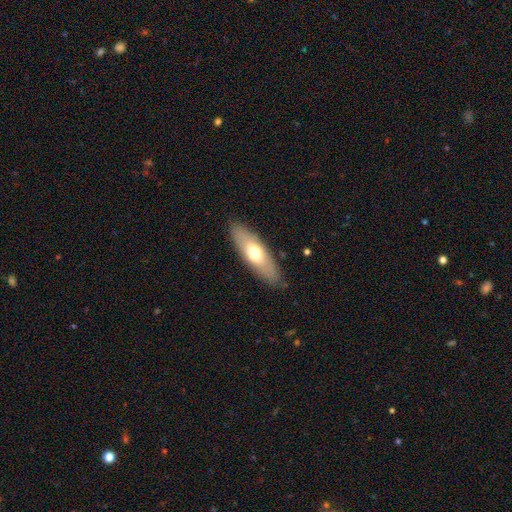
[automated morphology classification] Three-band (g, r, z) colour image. It shows a smooth galaxy with no disk features (57%) that is in between round and cigar-shaped (53%). Merging: none (87%).